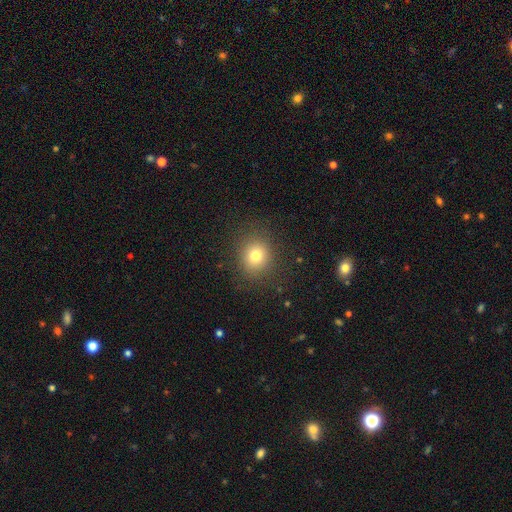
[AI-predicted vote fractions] A smooth galaxy with no disk features (77%) that is round (79%).

Vote fractions:
- Smooth or featured? smooth: 77% / star or artifact: 14% / featured or disk: 9%
- How rounded? round: 79% / in between: 20% / cigar-shaped: 1%
- Merging? none: 87% / minor disturbance: 8% / major disturbance: 4% / merger: 1%